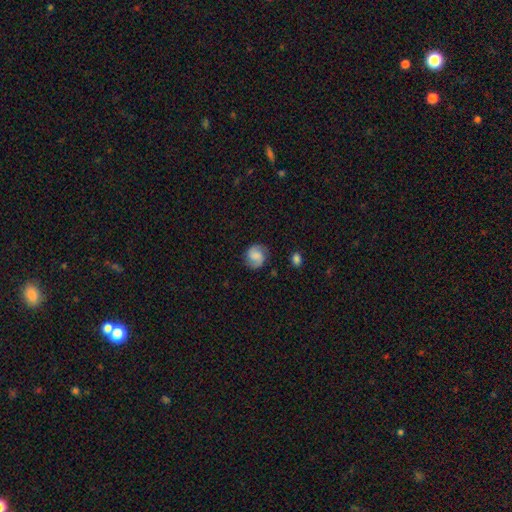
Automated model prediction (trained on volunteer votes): This is possibly a smooth galaxy (50%). How rounded: likely round (79%). Merging: likely none (79%).